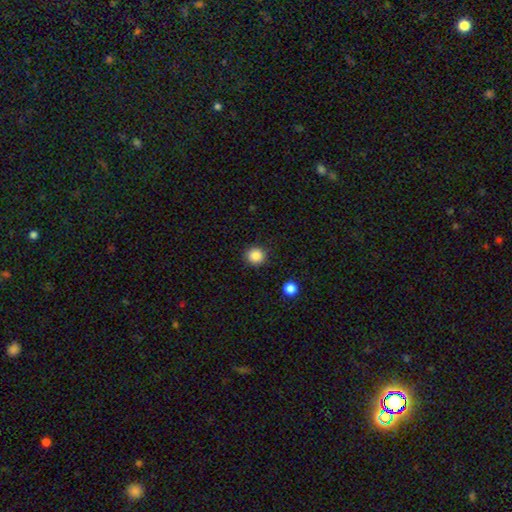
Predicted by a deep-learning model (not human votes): Overall: smooth (86%). How rounded: round (90%). Merging: none (90%).